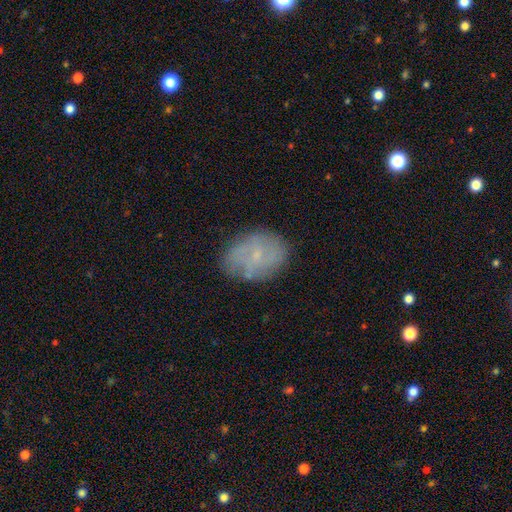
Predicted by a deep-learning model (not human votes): Smooth or featured? featured or disk (48%)
Merging? none (72%)